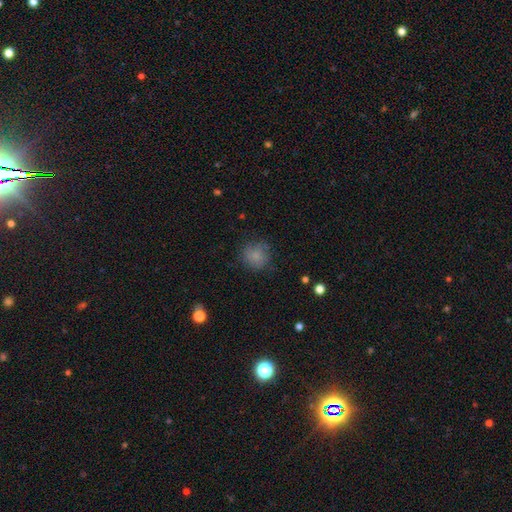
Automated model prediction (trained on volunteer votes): smooth-or-featured: smooth: 80% | star or artifact: 10% | featured or disk: 10%
  how-rounded: round: 88% | in between: 11% | cigar-shaped: 1%
  merging: none: 73% | minor disturbance: 19% | major disturbance: 6% | merger: 1%